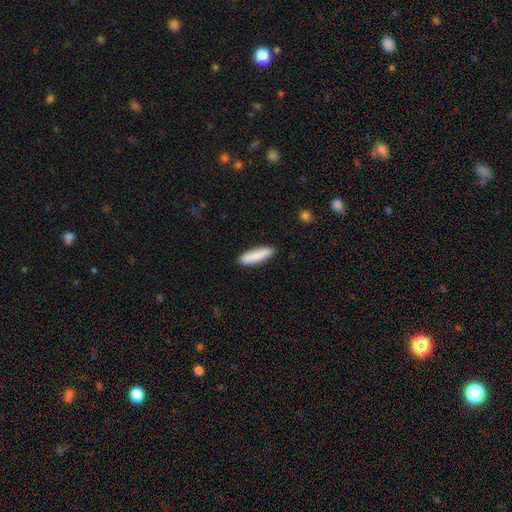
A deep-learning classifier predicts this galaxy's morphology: smooth 88%, featured or disk 6%, star or artifact 6%. Down the decision tree: how rounded — cigar-shaped (66%); merging — none (90%).